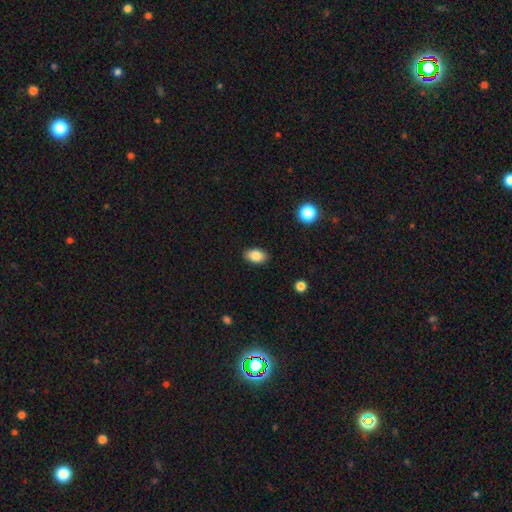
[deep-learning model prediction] A smooth galaxy with no disk features (85%) that is in between round and cigar-shaped (88%). Merging: none (88%).